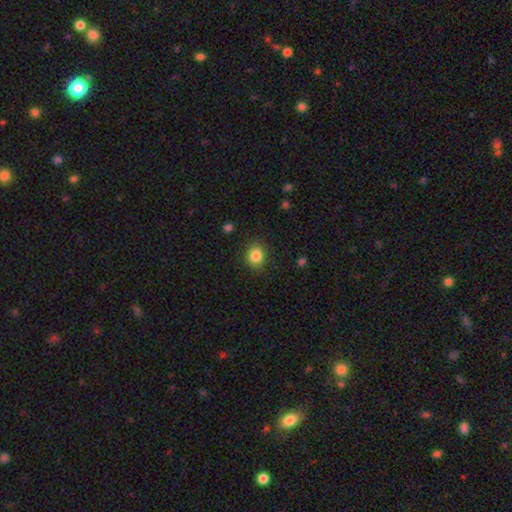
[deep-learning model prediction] Overall: smooth (85%). How rounded: round (76%). Merging: none (88%).